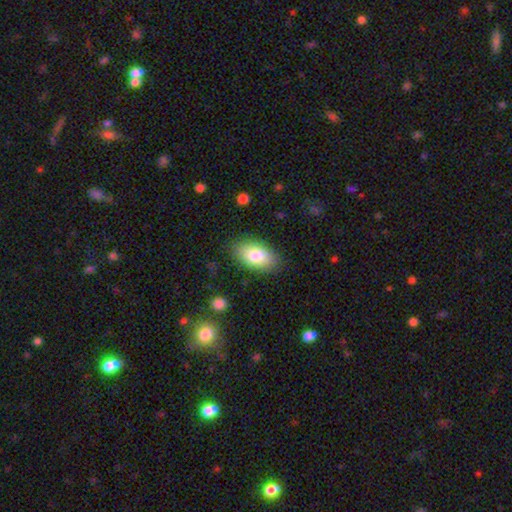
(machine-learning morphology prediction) smooth-or-featured: smooth: 81% | featured or disk: 13% | star or artifact: 7%
  how-rounded: in between: 93% | round: 5% | cigar-shaped: 2%
  merging: none: 84% | minor disturbance: 12% | major disturbance: 3% | merger: 1%